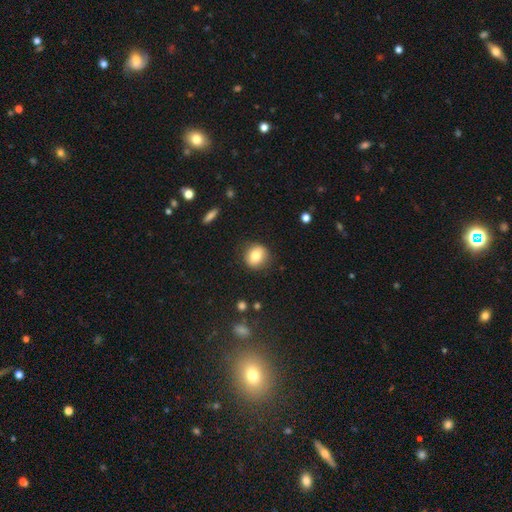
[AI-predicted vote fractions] smooth 80%, featured or disk 11%, star or artifact 9%. Down the decision tree: how rounded — round (82%); merging — none (83%).